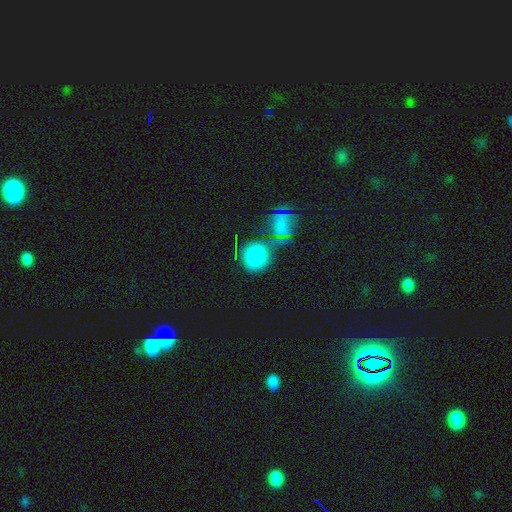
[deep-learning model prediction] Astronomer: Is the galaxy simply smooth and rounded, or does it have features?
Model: smooth — 77%.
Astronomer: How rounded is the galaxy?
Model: round — 84%.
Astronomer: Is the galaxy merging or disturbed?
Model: none — 58%.